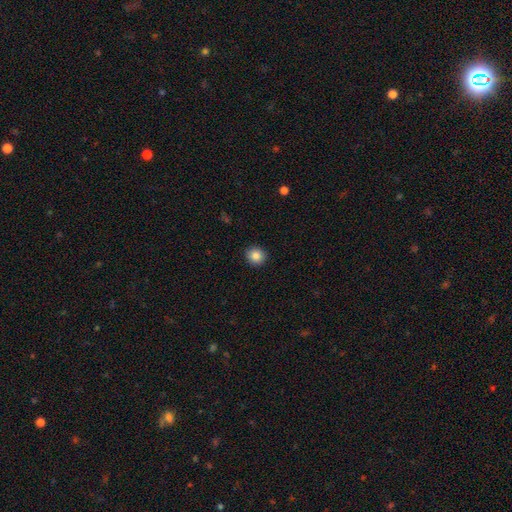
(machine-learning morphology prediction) Overall: smooth (85%). How rounded: round (89%). Merging: none (92%).